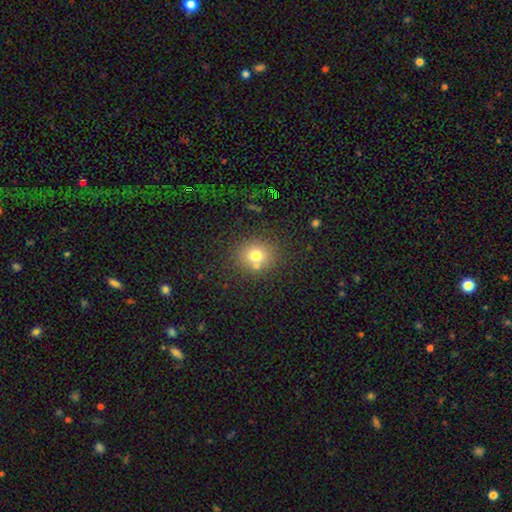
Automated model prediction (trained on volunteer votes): Overall: smooth (72%). How rounded: round (83%). Merging: none (73%).